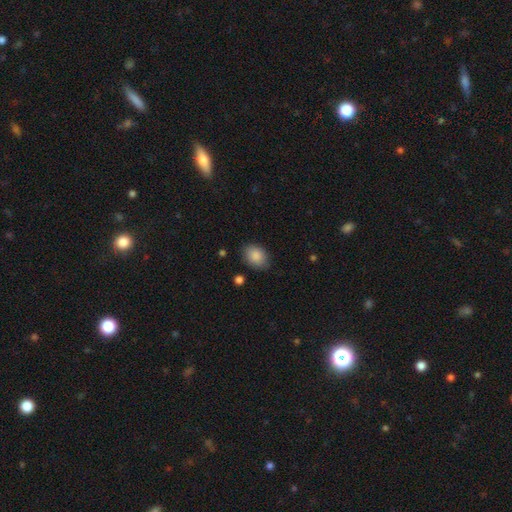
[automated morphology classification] A smooth galaxy with no disk features (88%) that is in between round and cigar-shaped (70%). Merging: none (80%).